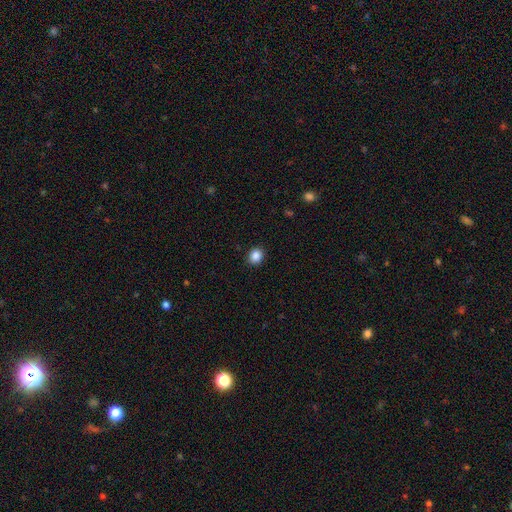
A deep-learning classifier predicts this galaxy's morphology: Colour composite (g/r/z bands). It shows a smooth galaxy with no disk features (87%) that is round (71%). Merging: none (90%).